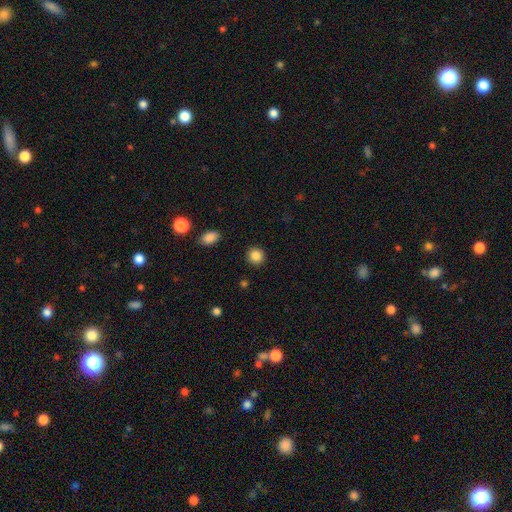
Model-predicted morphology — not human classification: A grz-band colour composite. It shows a smooth galaxy with no disk features (86%) that is round (89%). Merging: none (90%).